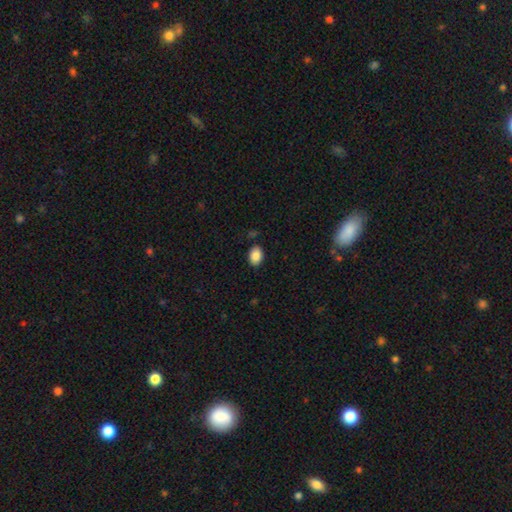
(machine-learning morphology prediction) This is clearly a smooth galaxy (88%). How rounded: clearly in between (81%). Merging: clearly none (87%).